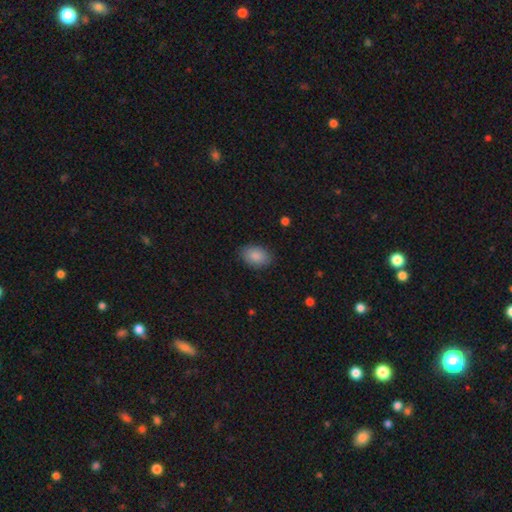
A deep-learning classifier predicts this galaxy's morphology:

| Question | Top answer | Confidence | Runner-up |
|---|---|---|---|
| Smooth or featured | smooth | 89% | star or artifact (7%) |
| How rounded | in between | 85% | round (14%) |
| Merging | none | 85% | minor disturbance (11%) |